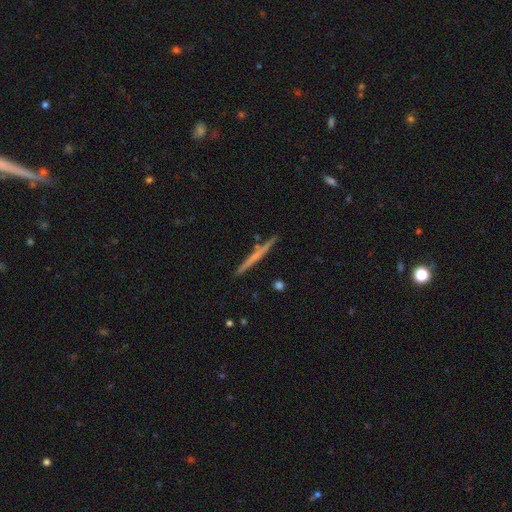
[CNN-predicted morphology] This appears to be a featured or disk galaxy (54%) viewed edge-on (97%) with no central bulge (79%). Merging: none (86%).